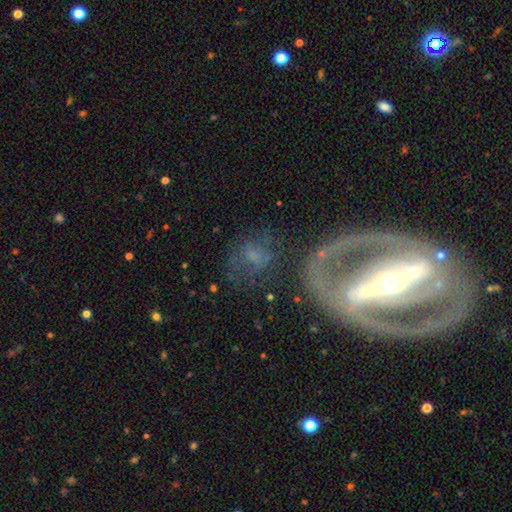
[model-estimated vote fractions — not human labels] Q: Smooth or featured?
A: featured or disk (54%); runner-up: smooth (30%)
Q: Edge-on disk?
A: no (94%); runner-up: yes (6%)
Q: Bar?
A: no (39%); runner-up: weak (36%)
Q: Spiral arms?
A: yes (61%); runner-up: no (39%)
Q: Bulge size?
A: small (33%); runner-up: moderate (30%)
Q: Merging?
A: none (46%); runner-up: major disturbance (28%)